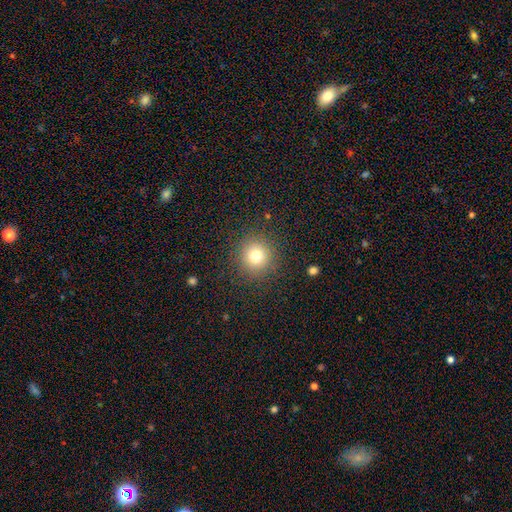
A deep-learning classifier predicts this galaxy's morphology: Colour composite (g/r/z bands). It shows a smooth galaxy with no disk features (77%) that is round (93%). Merging: none (89%).